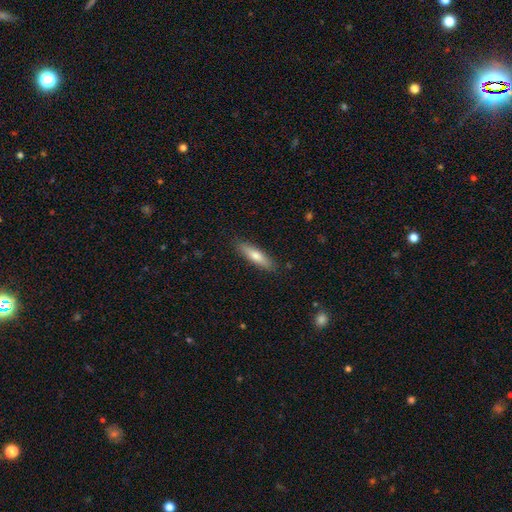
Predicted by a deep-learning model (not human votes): Q: Smooth or featured?
A: smooth (71%); runner-up: featured or disk (23%)
Q: How rounded?
A: cigar-shaped (70%); runner-up: in between (29%)
Q: Merging?
A: none (88%); runner-up: minor disturbance (9%)